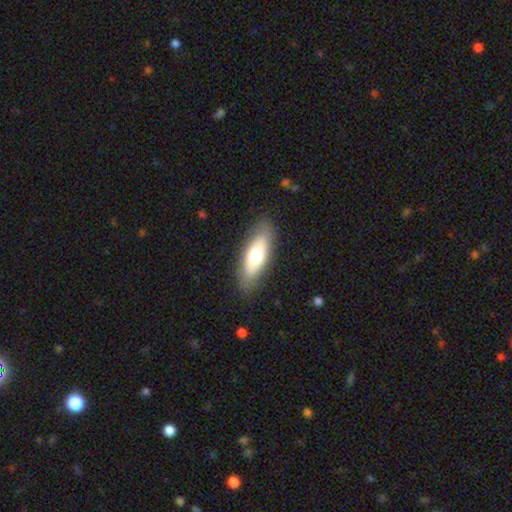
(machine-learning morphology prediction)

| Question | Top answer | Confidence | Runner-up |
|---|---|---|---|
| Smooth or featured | smooth | 62% | featured or disk (32%) |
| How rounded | in between | 69% | cigar-shaped (28%) |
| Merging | none | 84% | minor disturbance (11%) |